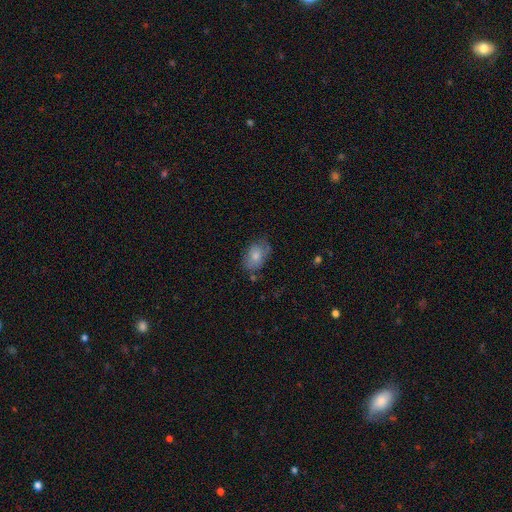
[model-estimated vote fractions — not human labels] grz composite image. It shows a smooth galaxy with no disk features (72%) that is in between round and cigar-shaped (87%). Merging: none (61%).